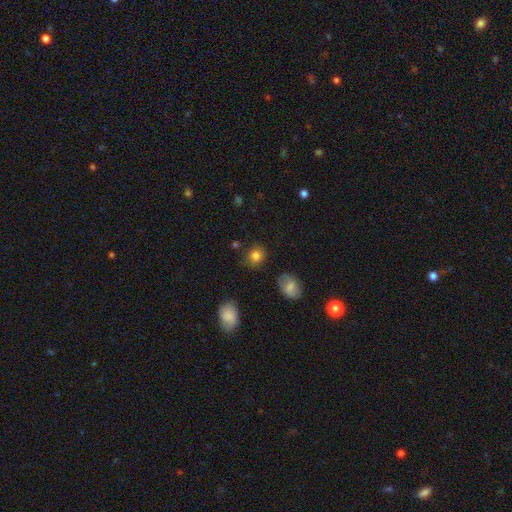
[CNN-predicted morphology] Q: Smooth or featured?
A: smooth (83%); runner-up: star or artifact (11%)
Q: How rounded?
A: round (82%); runner-up: in between (17%)
Q: Merging?
A: none (82%); runner-up: minor disturbance (13%)